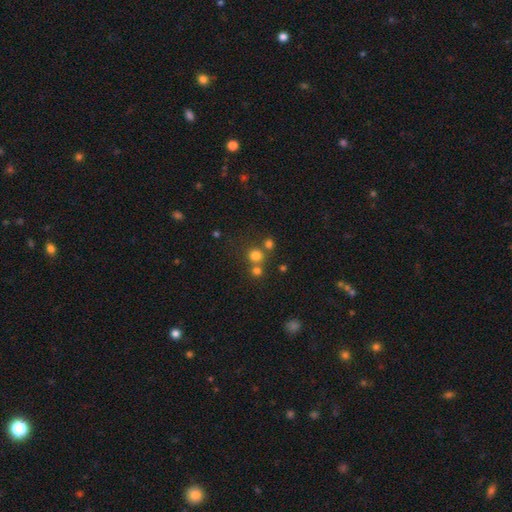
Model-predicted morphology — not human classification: Overall: smooth (73%). How rounded: round (89%). Merging: none (61%; merger 29%).